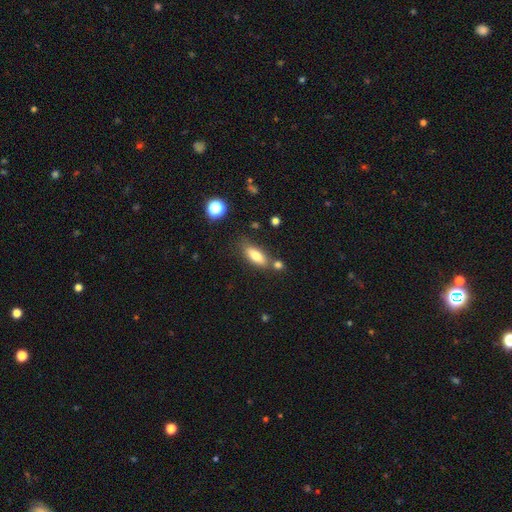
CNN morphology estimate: smooth_or_featured: smooth (p=0.79) [alt: featured or disk p=0.14]
how_rounded: in between (p=0.73) [alt: cigar-shaped p=0.24]
merging: none (p=0.66) [alt: merger p=0.15]